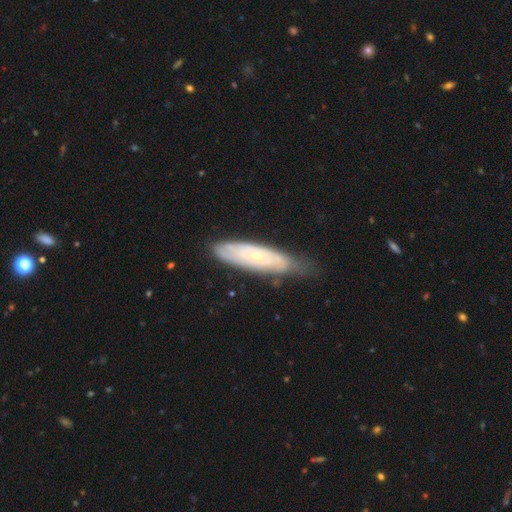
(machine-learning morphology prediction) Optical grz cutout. It shows a featured or disk galaxy (63%). Merging: none (62%).